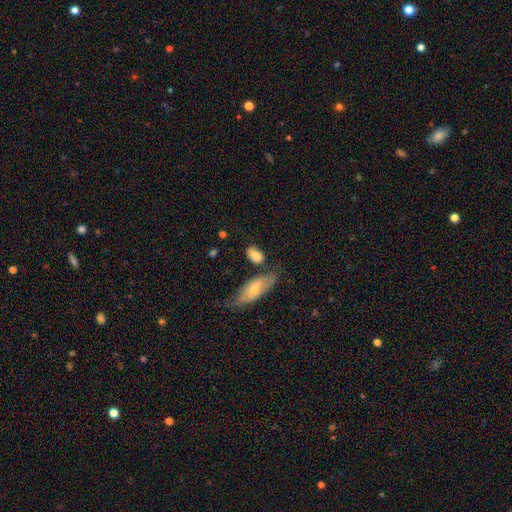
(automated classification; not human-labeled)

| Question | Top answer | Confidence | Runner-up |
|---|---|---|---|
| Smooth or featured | smooth | 78% | featured or disk (14%) |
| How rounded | in between | 82% | round (12%) |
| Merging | none | 51% | minor disturbance (21%) |